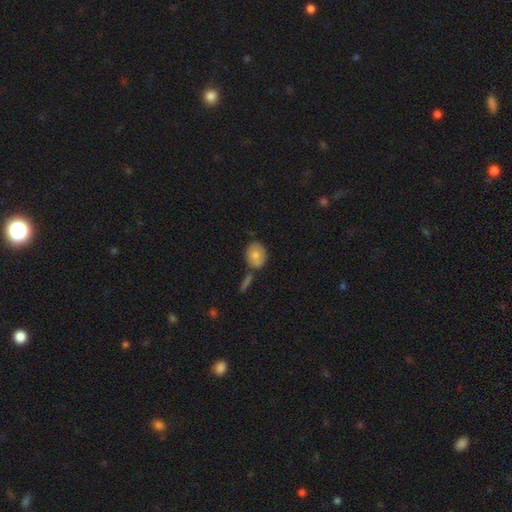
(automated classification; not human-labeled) smooth_or_featured: smooth (p=0.73) [alt: featured or disk p=0.20]
how_rounded: round (p=0.53) [alt: in between p=0.45]
merging: none (p=0.63) [alt: merger p=0.18]